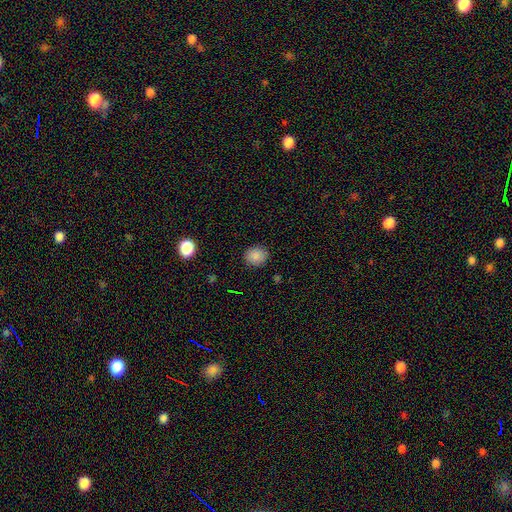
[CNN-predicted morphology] Smooth or featured? smooth (85%)
How rounded? round (76%)
Merging? none (88%)